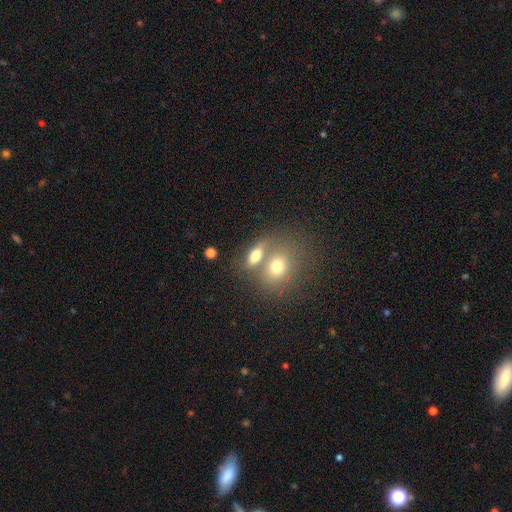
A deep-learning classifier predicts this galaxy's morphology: Overall: smooth (71%). How rounded: in between (73%). Merging: merger (47%; none 39%).